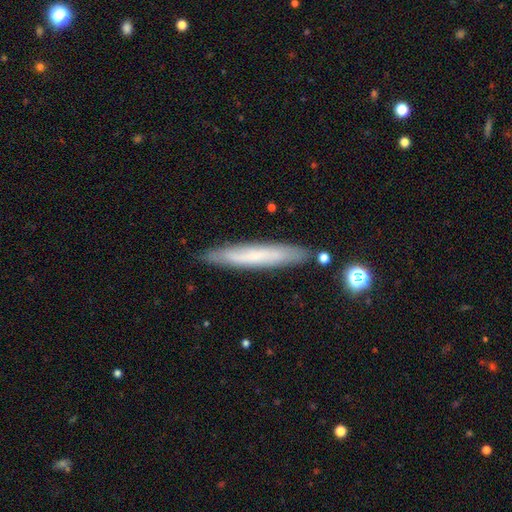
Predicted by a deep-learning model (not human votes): Morphology: type=smooth (54%); roundness=cigar-shaped (93%); merging=none (85%).